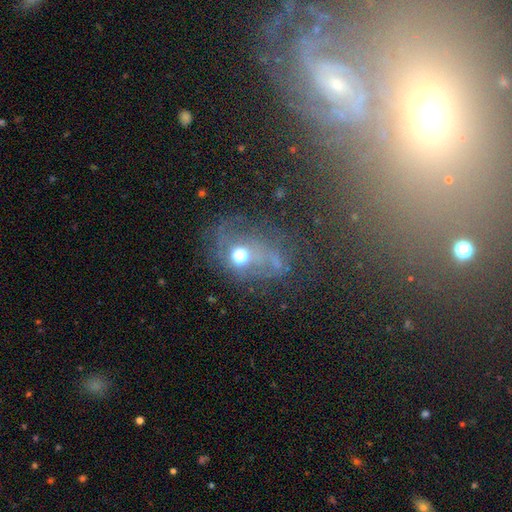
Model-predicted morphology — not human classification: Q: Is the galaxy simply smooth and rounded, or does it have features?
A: featured or disk — 57%.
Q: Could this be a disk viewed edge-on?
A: no — 94%.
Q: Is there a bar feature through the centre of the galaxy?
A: no — 59%.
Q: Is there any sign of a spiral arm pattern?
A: yes — 69%.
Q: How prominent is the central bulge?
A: moderate — 45%.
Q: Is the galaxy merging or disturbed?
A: none — 50%.